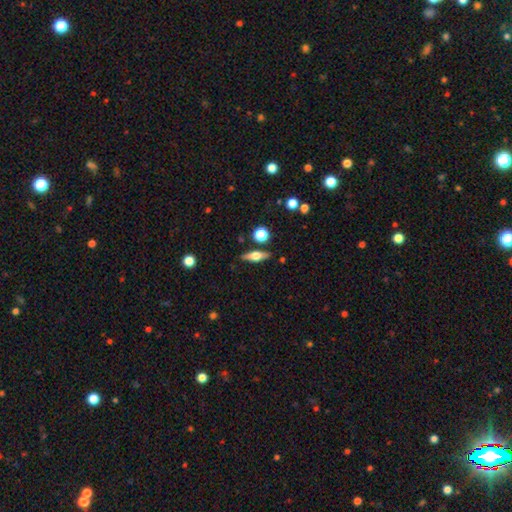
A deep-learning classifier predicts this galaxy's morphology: Overall: featured or disk (51%; smooth 41%). Edge-on disk: yes (92%). Merging: none (84%).